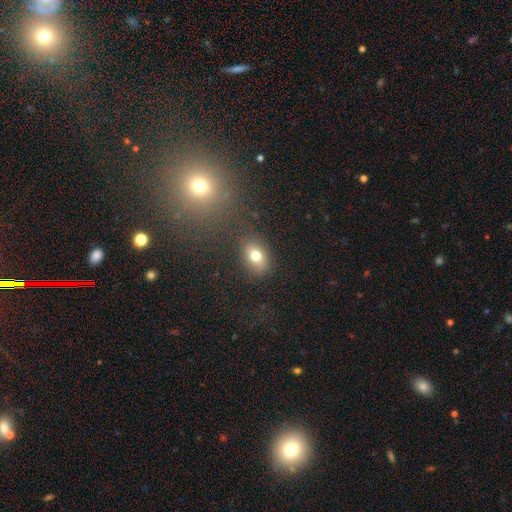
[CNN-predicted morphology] A smooth galaxy with no disk features (75%) that is in between round and cigar-shaped (75%).

Vote fractions:
- Smooth or featured? smooth: 75% / star or artifact: 13% / featured or disk: 12%
- How rounded? in between: 75% / round: 23% / cigar-shaped: 2%
- Merging? none: 80% / minor disturbance: 13% / major disturbance: 4% / merger: 3%